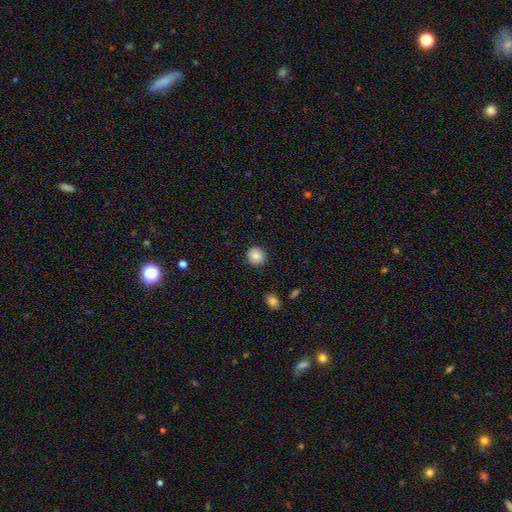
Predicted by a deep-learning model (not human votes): The model was most divided on "how rounded": round: 88%, in between: 11%, cigar-shaped: 1%. More confident: merging — none (89%); smooth or featured — smooth (86%).